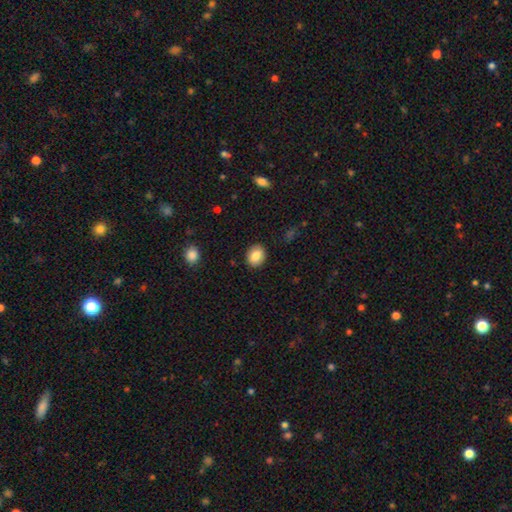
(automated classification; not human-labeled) A smooth galaxy with no disk features (84%) that is round (50%).

Vote fractions:
- Smooth or featured? smooth: 84% / star or artifact: 8% / featured or disk: 8%
- How rounded? round: 50% / in between: 49% / cigar-shaped: 1%
- Merging? none: 89% / minor disturbance: 7% / major disturbance: 2% / merger: 1%